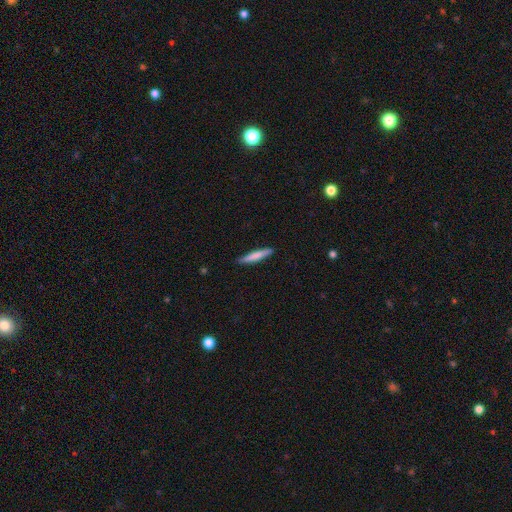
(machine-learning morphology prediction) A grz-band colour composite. It shows a smooth galaxy with no disk features (73%) that is cigar-shaped (93%). Merging: none (89%).